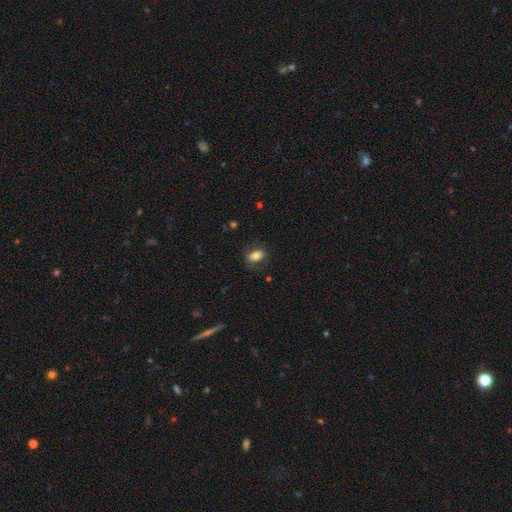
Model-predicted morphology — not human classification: The model was most divided on "merging": none: 76%, minor disturbance: 16%, major disturbance: 7%, merger: 1%. More confident: how rounded — in between (86%); smooth or featured — smooth (76%).